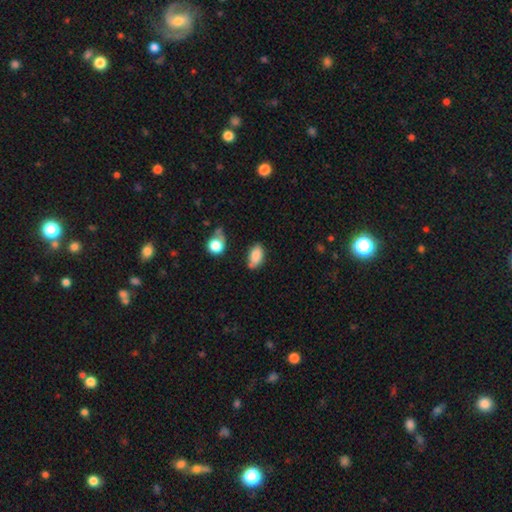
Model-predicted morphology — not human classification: smooth-or-featured: smooth: 83% | featured or disk: 9% | star or artifact: 9%
  how-rounded: in between: 90% | round: 6% | cigar-shaped: 3%
  merging: none: 62% | minor disturbance: 27% | merger: 6% | major disturbance: 5%